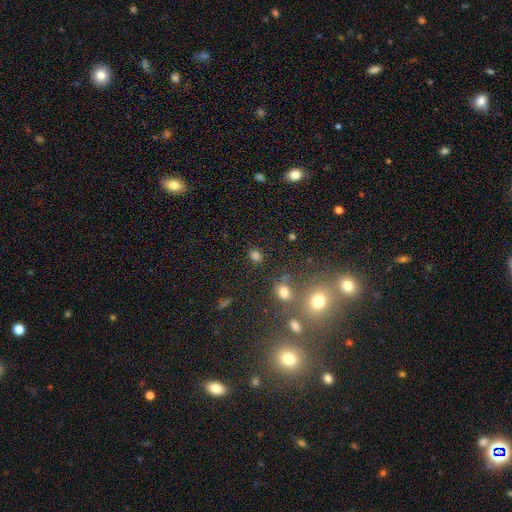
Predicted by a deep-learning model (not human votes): Smooth or featured?
  - smooth: 75% *
  - star or artifact: 19%
  - featured or disk: 6%
How rounded?
  - round: 58% *
  - in between: 40%
  - cigar-shaped: 2%
Merging?
  - none: 78% *
  - minor disturbance: 10%
  - merger: 7%
  - major disturbance: 4%